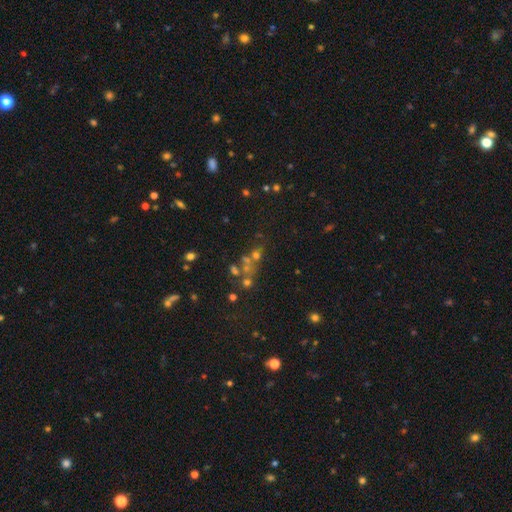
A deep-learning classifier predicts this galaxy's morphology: Smooth or featured? star or artifact (42%)